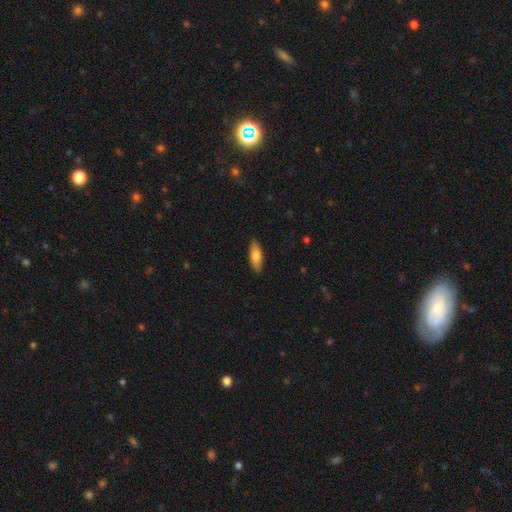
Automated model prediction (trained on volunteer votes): Morphology: type=smooth (78%); roundness=in between (64%); merging=none (89%).